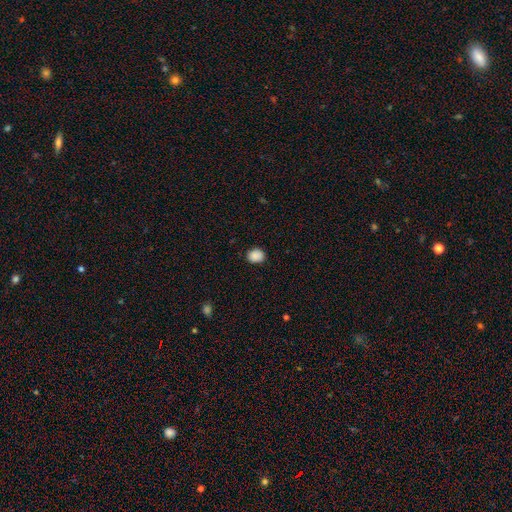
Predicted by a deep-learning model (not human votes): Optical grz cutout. It shows a smooth galaxy with no disk features (88%) that is round (56%). Merging: none (86%).